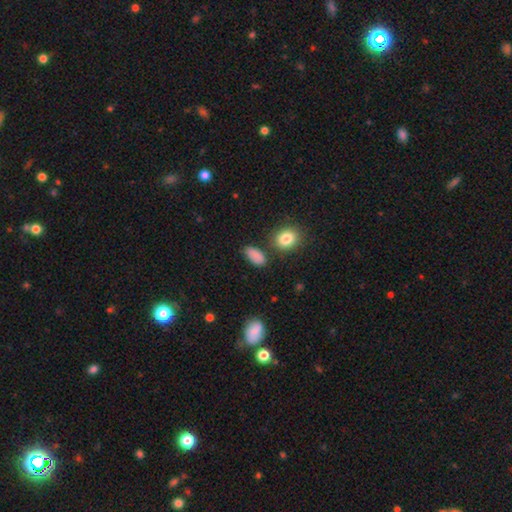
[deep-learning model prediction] smooth_or_featured: smooth (p=0.86) [alt: star or artifact p=0.10]
how_rounded: in between (p=0.87) [alt: round p=0.07]
merging: none (p=0.74) [alt: minor disturbance p=0.15]